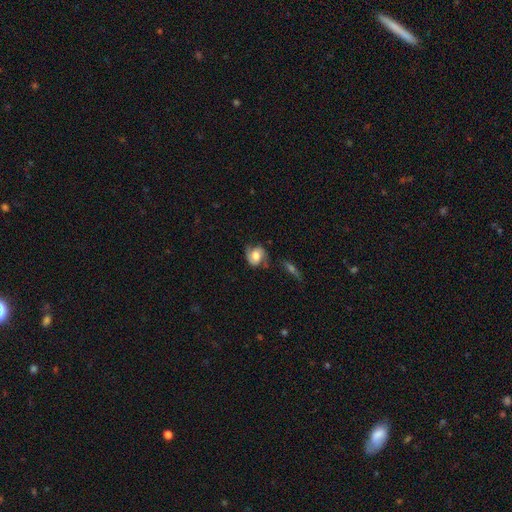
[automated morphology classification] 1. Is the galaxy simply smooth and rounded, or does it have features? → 61% featured or disk, 32% smooth, 8% star or artifact.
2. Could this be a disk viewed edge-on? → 96% no, 4% yes.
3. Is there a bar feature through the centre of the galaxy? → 52% no, 36% weak, 12% strong.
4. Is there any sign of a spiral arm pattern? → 89% yes, 11% no.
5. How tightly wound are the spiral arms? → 46% medium, 28% loose, 26% tight.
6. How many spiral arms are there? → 85% 2, 6% can't tell, 5% 1, 1% 3, 1% 4, 1% more than 4.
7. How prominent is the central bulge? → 50% moderate, 32% large, 11% small, 3% dominant, 3% none.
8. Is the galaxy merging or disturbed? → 61% none, 23% minor disturbance, 11% major disturbance, 5% merger.